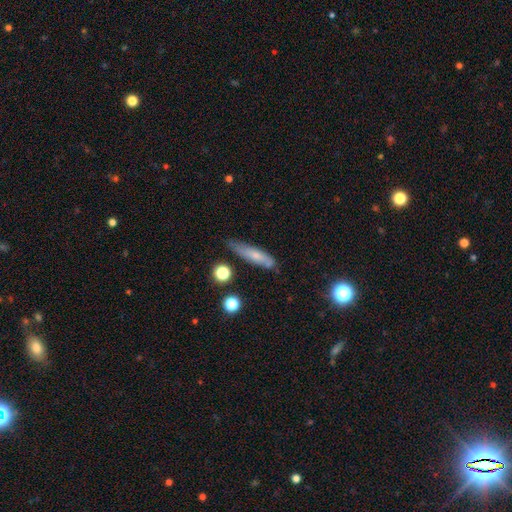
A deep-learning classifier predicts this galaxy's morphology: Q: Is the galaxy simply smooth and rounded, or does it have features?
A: smooth — 62%.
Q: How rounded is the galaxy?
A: cigar-shaped — 76%.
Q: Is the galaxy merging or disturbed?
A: none — 62%.